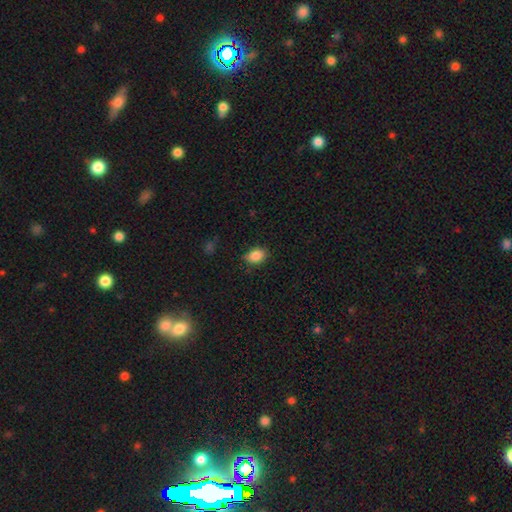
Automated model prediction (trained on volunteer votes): Smooth or featured: smooth — 86% (star or artifact — 9%)
How rounded: in between — 76% (round — 22%)
Merging: none — 79% (minor disturbance — 16%)